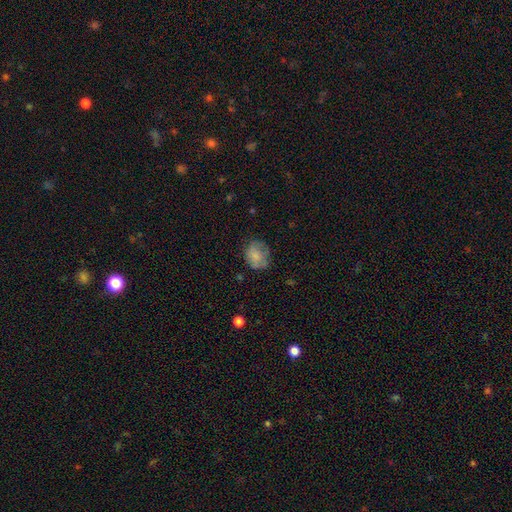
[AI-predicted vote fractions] Smooth or featured?
  - smooth: 72% *
  - featured or disk: 20%
  - star or artifact: 9%
How rounded?
  - round: 60% *
  - in between: 39%
  - cigar-shaped: 1%
Merging?
  - none: 61% *
  - minor disturbance: 26%
  - major disturbance: 11%
  - merger: 2%